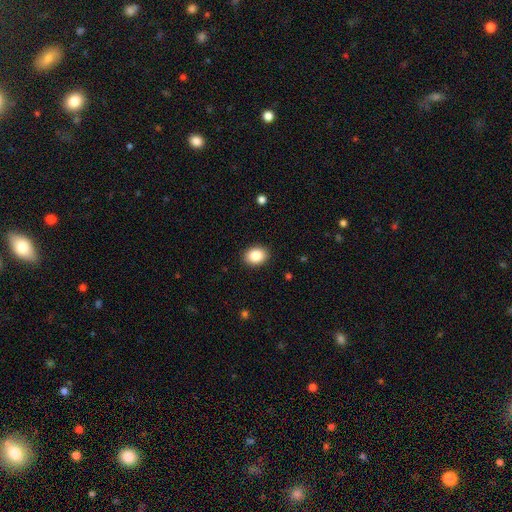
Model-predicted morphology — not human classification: The model was most divided on "how rounded": in between: 61%, round: 38%, cigar-shaped: 1%. More confident: merging — none (90%); smooth or featured — smooth (87%).